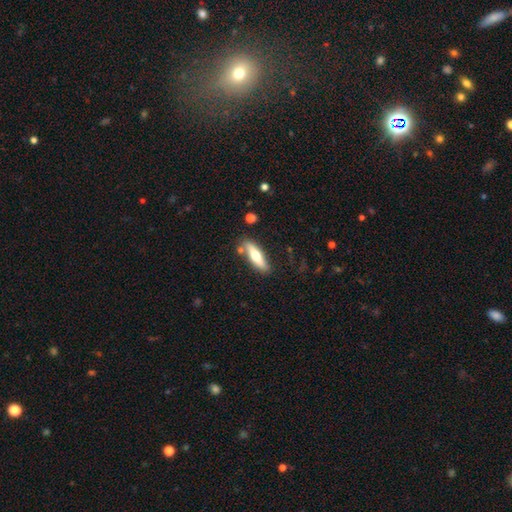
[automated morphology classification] A smooth galaxy with no disk features (54%) that is cigar-shaped (67%). Merging: none (79%).